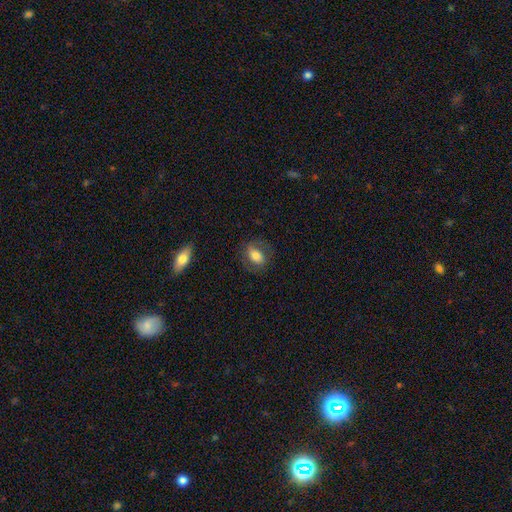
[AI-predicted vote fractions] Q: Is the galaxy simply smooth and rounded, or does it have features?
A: smooth — 66%.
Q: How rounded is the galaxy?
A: in between — 78%.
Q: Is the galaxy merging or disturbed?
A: none — 76%.